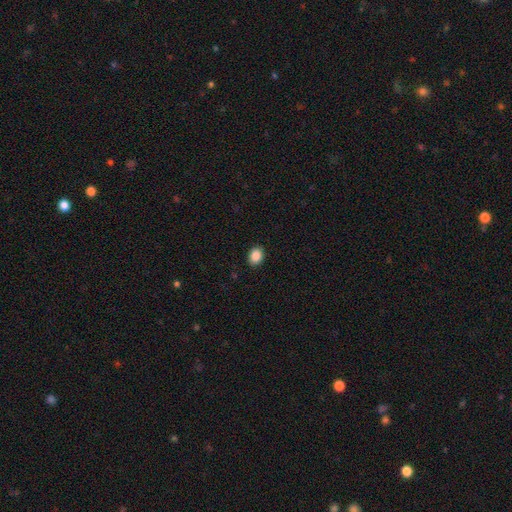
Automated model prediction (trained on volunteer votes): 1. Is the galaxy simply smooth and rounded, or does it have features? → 88% smooth, 8% star or artifact, 3% featured or disk.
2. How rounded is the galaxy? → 61% in between, 38% round, 1% cigar-shaped.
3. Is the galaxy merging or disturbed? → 91% none, 7% minor disturbance, 2% major disturbance, 1% merger.